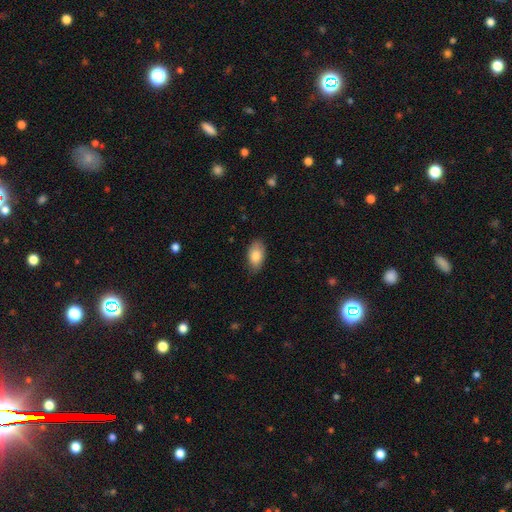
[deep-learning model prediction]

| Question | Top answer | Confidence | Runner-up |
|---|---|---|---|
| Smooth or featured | smooth | 83% | featured or disk (11%) |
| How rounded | in between | 93% | round (5%) |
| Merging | none | 79% | minor disturbance (18%) |